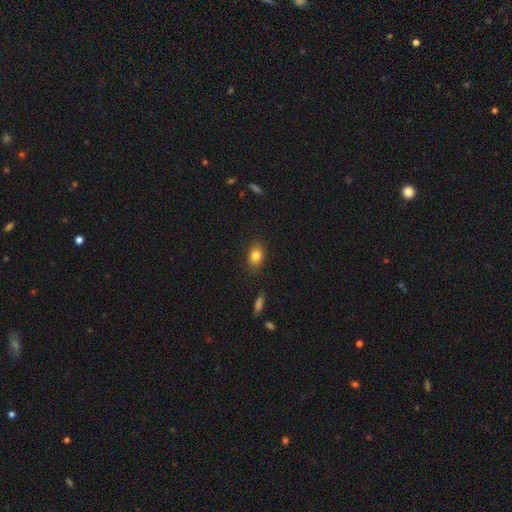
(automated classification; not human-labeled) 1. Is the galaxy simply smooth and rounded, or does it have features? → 82% smooth, 10% star or artifact, 9% featured or disk.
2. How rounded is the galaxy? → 76% in between, 22% round, 2% cigar-shaped.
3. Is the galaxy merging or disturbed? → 86% none, 10% minor disturbance, 2% major disturbance, 1% merger.